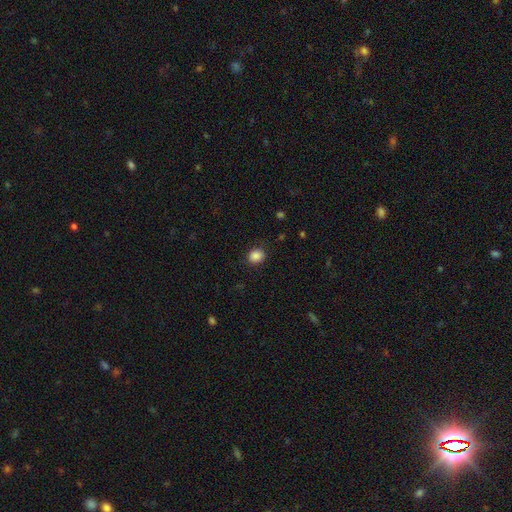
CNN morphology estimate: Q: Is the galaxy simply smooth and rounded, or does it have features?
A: smooth — 87%.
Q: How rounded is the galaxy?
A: round — 63%.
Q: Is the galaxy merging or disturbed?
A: none — 87%.